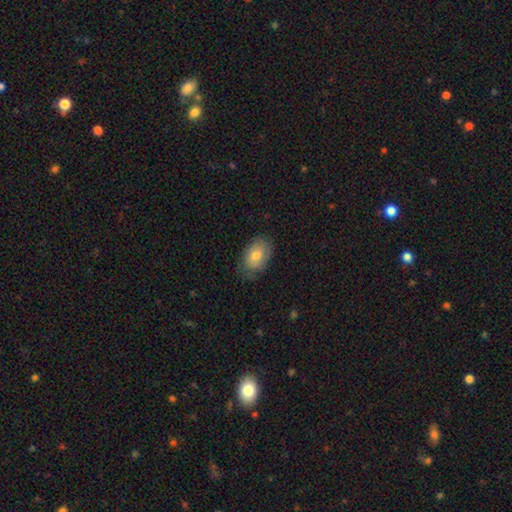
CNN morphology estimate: Smooth or featured?
  - smooth: 73% *
  - featured or disk: 20%
  - star or artifact: 7%
How rounded?
  - in between: 86% *
  - round: 13%
  - cigar-shaped: 1%
Merging?
  - none: 73% *
  - minor disturbance: 21%
  - major disturbance: 5%
  - merger: 1%